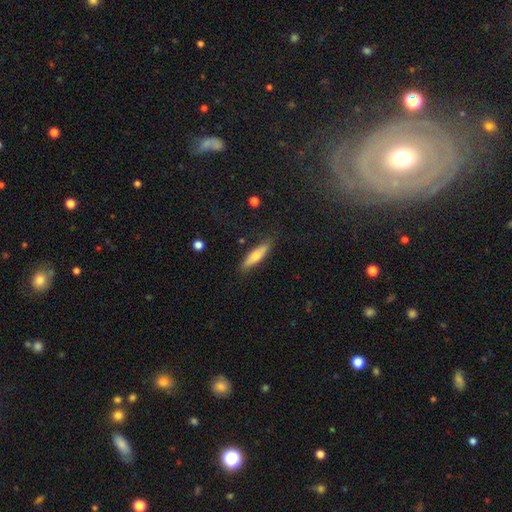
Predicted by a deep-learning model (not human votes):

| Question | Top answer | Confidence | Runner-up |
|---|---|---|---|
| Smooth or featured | smooth | 58% | featured or disk (35%) |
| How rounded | cigar-shaped | 72% | in between (26%) |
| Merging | none | 83% | minor disturbance (12%) |